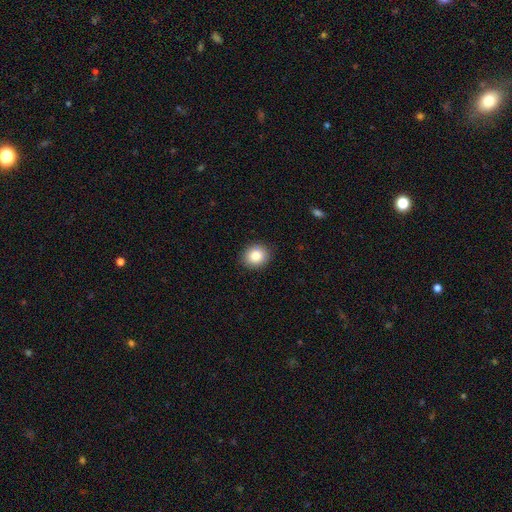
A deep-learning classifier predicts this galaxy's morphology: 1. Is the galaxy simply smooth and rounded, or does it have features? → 86% smooth, 9% star or artifact, 5% featured or disk.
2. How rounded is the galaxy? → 67% round, 32% in between, 1% cigar-shaped.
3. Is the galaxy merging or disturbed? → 89% none, 8% minor disturbance, 2% major disturbance, 1% merger.